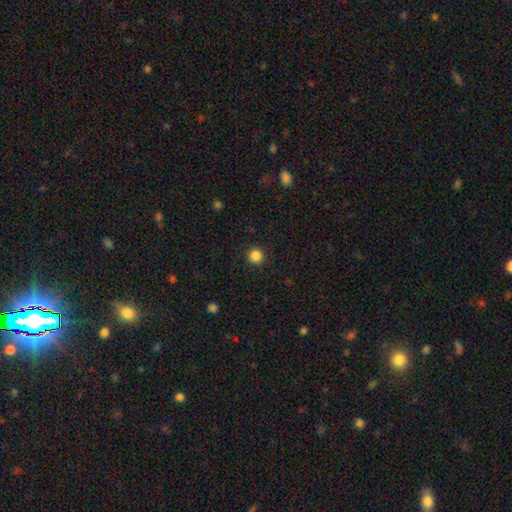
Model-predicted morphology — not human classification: Smooth or featured?
  - smooth: 86% *
  - star or artifact: 11%
  - featured or disk: 3%
How rounded?
  - round: 96% *
  - in between: 3%
  - cigar-shaped: 1%
Merging?
  - none: 93% *
  - minor disturbance: 4%
  - major disturbance: 2%
  - merger: 1%